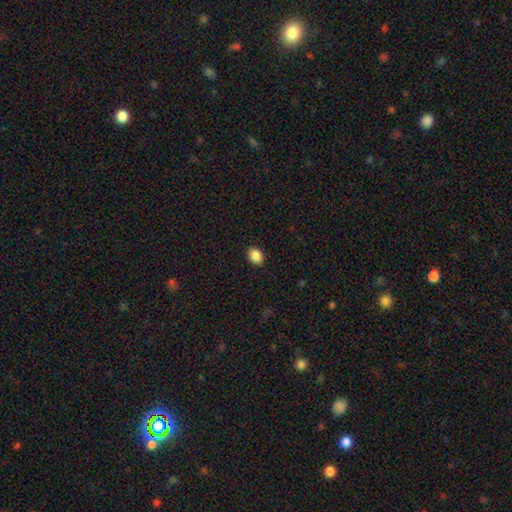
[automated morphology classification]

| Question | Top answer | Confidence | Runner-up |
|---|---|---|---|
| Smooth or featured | smooth | 88% | star or artifact (9%) |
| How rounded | in between | 65% | round (34%) |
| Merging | none | 89% | minor disturbance (8%) |